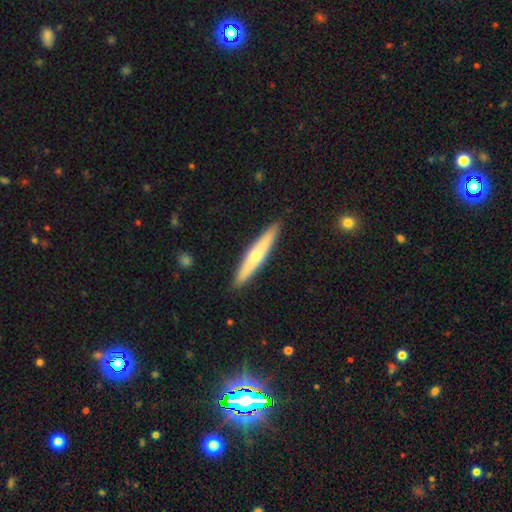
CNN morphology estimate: type=featured or disk (51%); edge-on=yes (91%); merging=none (90%).